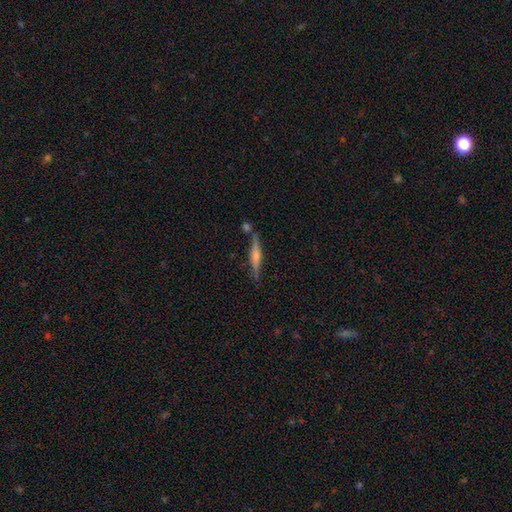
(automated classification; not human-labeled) Smooth or featured? Predicted: featured or disk (p=0.66). Edge-on disk? Predicted: yes (p=0.97). Edge-on bulge? Predicted: rounded (p=0.64). Merging? Predicted: none (p=0.76).